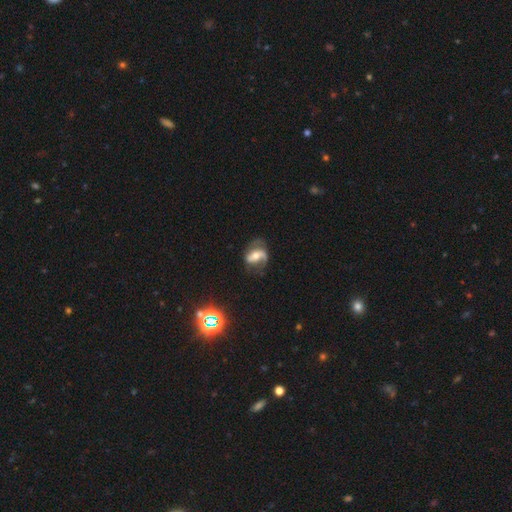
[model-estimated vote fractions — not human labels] Smooth or featured?
  - featured or disk: 71% *
  - smooth: 21%
  - star or artifact: 8%
Edge-on disk?
  - no: 96% *
  - yes: 4%
Bar?
  - strong: 38% *
  - weak: 34%
  - no: 28%
Spiral arms?
  - yes: 87% *
  - no: 13%
Spiral winding?
  - loose: 41% *
  - medium: 40%
  - tight: 19%
Spiral arm count?
  - 2: 69% *
  - 1: 21%
  - can't tell: 7%
  - 3: 1%
  - 4: 1%
  - more than 4: 1%
Bulge size?
  - moderate: 59% *
  - small: 30%
  - large: 7%
  - none: 2%
  - dominant: 1%
Merging?
  - none: 53% *
  - minor disturbance: 24%
  - major disturbance: 21%
  - merger: 2%